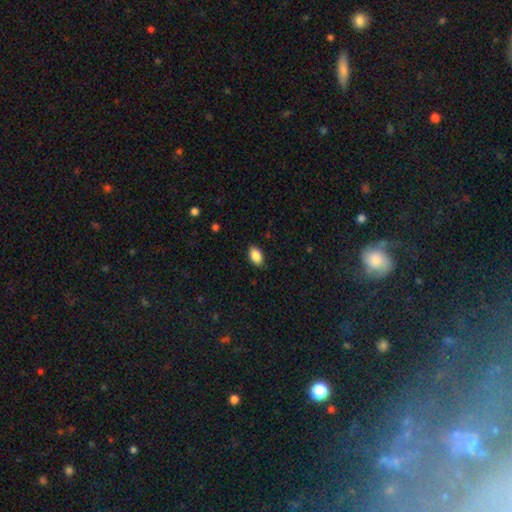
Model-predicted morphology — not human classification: This appears to be a smooth galaxy with no disk features (87%) that is in between round and cigar-shaped (90%). Merging: none (87%).